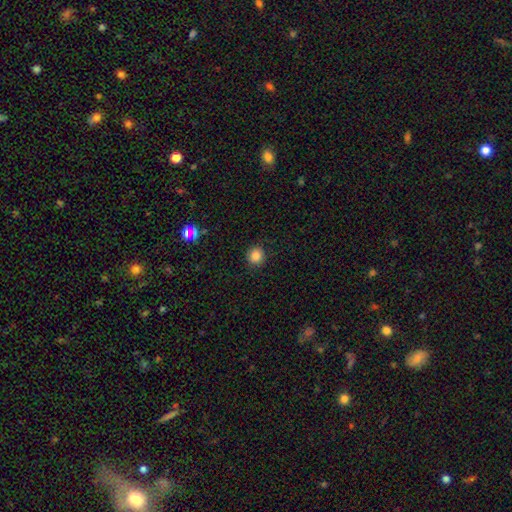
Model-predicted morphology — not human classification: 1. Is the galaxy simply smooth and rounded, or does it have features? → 84% smooth, 11% star or artifact, 4% featured or disk.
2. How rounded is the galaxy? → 92% round, 7% in between, 1% cigar-shaped.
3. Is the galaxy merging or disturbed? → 90% none, 7% minor disturbance, 2% major disturbance, 1% merger.